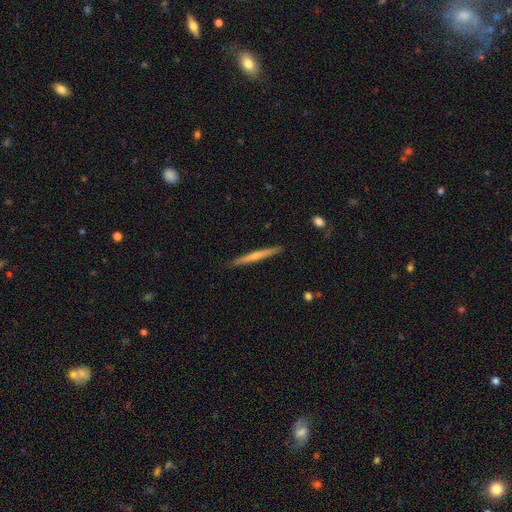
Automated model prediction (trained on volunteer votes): This appears to be a featured or disk galaxy (49%). Merging: none (89%).